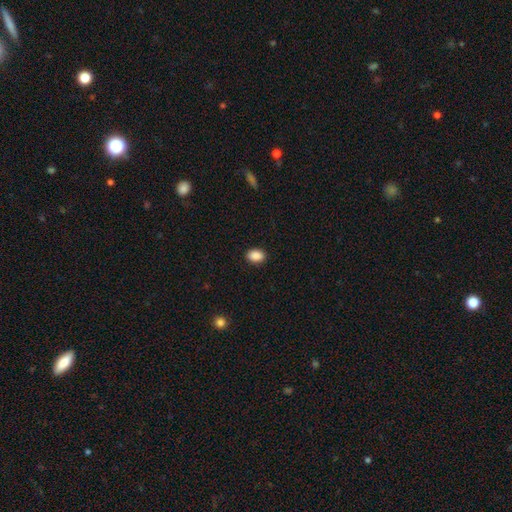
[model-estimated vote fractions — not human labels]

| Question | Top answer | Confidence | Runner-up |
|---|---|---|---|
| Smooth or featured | smooth | 90% | star or artifact (8%) |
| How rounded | in between | 82% | round (17%) |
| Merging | none | 90% | minor disturbance (7%) |